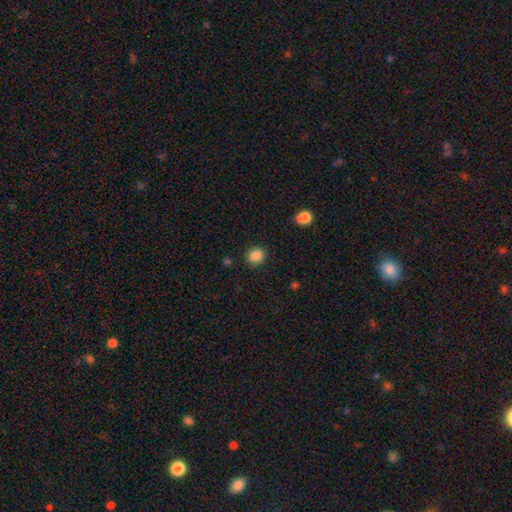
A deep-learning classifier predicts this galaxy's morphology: Smooth or featured? smooth (87%)
How rounded? round (83%)
Merging? none (88%)